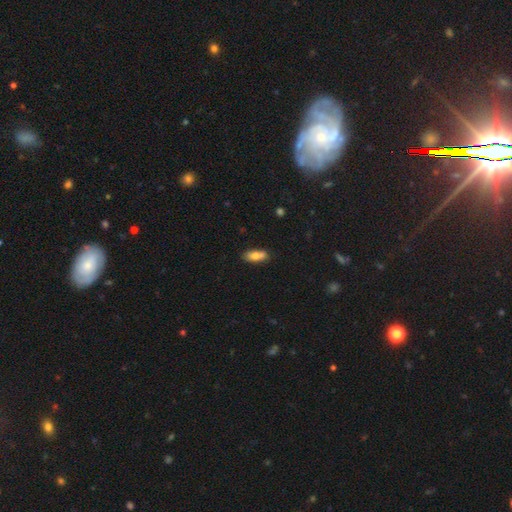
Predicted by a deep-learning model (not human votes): Overall: smooth (76%). How rounded: in between (76%). Merging: none (70%).